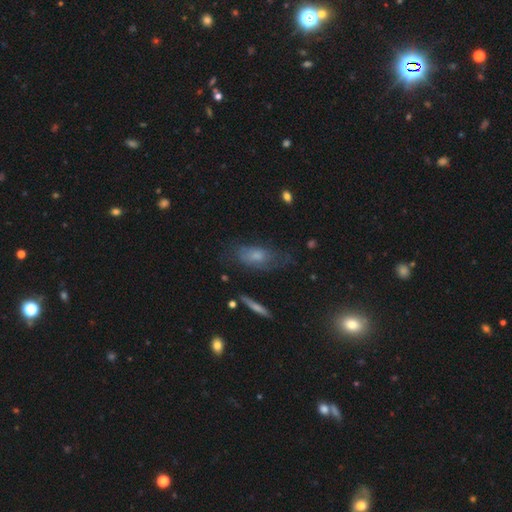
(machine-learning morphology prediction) Smooth or featured? Predicted: smooth (p=0.49). Merging? Predicted: none (p=0.54).